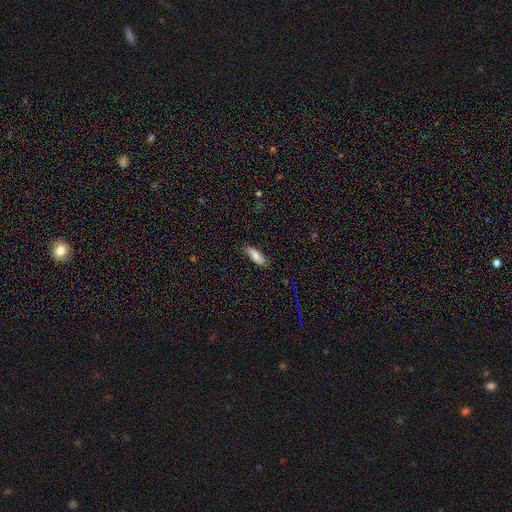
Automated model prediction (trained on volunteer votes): smooth 74%, featured or disk 19%, star or artifact 7%. Down the decision tree: how rounded — in between (64%); merging — none (83%).